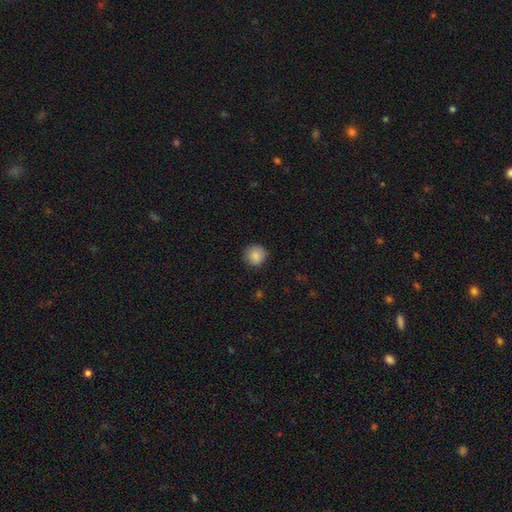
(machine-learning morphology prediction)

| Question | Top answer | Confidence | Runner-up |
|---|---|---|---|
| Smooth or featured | smooth | 87% | star or artifact (8%) |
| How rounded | round | 91% | in between (8%) |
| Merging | none | 86% | minor disturbance (11%) |